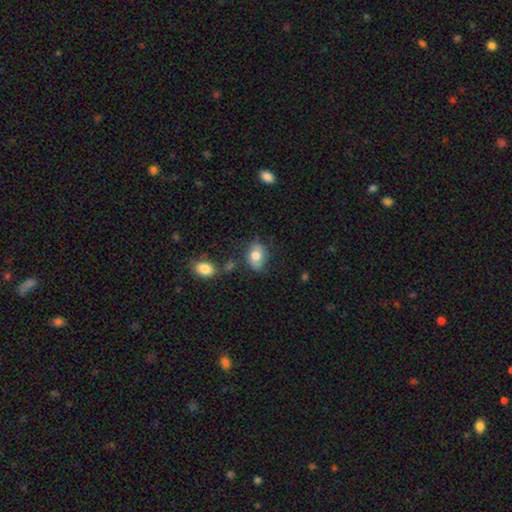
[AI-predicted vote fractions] This appears to be a smooth galaxy with no disk features (76%) that is in between round and cigar-shaped (80%). Merging: none (66%).